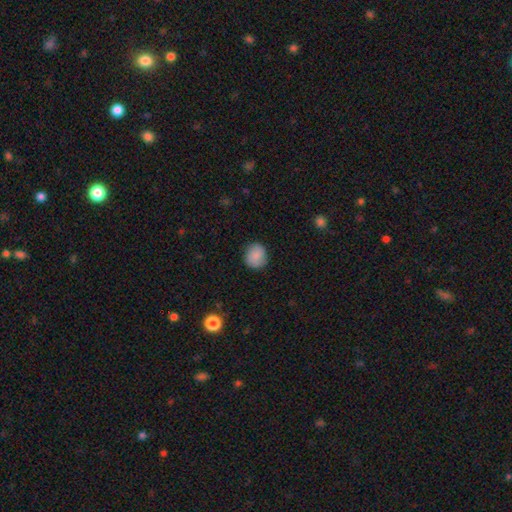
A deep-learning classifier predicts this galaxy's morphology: Smooth or featured?
  - smooth: 84% *
  - featured or disk: 8%
  - star or artifact: 8%
How rounded?
  - round: 80% *
  - in between: 19%
  - cigar-shaped: 1%
Merging?
  - none: 84% *
  - minor disturbance: 12%
  - major disturbance: 3%
  - merger: 1%